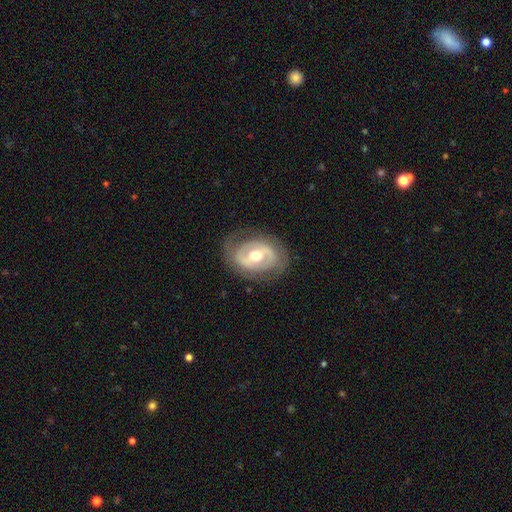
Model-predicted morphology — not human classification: Smooth or featured? Predicted: featured or disk (p=0.73). Edge-on disk? Predicted: no (p=0.95). Bar? Predicted: no (p=0.38). Spiral arms? Predicted: yes (p=0.59). Bulge size? Predicted: moderate (p=0.76). Merging? Predicted: none (p=0.75).